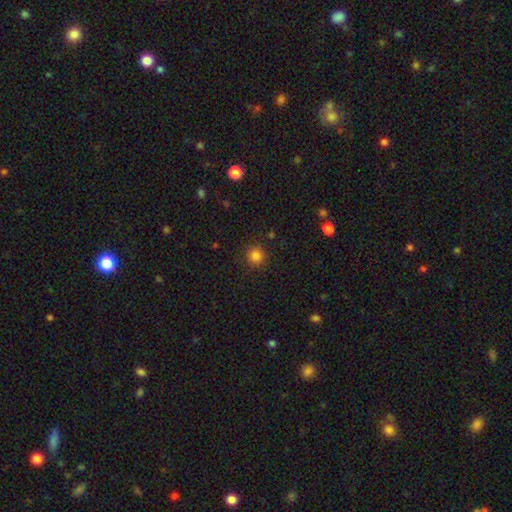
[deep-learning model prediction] A smooth galaxy with no disk features (83%) that is round (93%).

Vote fractions:
- Smooth or featured? smooth: 83% / star or artifact: 13% / featured or disk: 4%
- How rounded? round: 93% / in between: 6% / cigar-shaped: 1%
- Merging? none: 89% / minor disturbance: 7% / major disturbance: 2% / merger: 1%